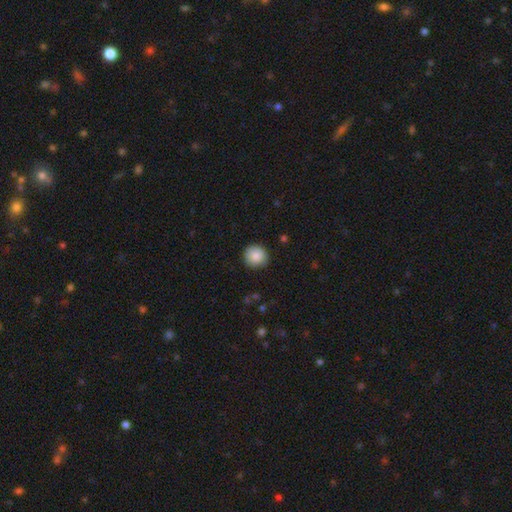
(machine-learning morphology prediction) Smooth or featured? Predicted: smooth (p=0.88). How rounded? Predicted: round (p=0.93). Merging? Predicted: none (p=0.89).